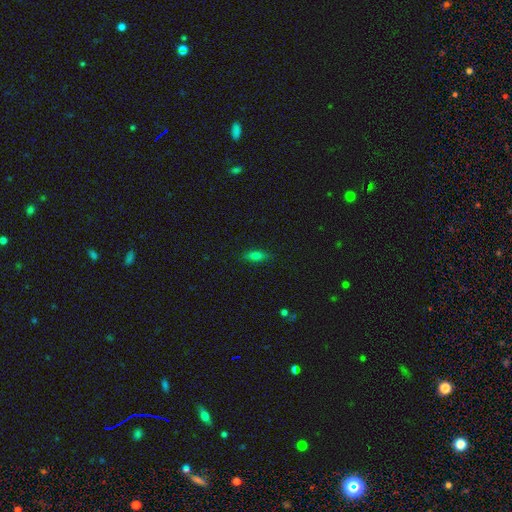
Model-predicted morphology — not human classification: Overall: smooth (69%). How rounded: in between (65%; cigar-shaped 30%). Merging: none (85%).